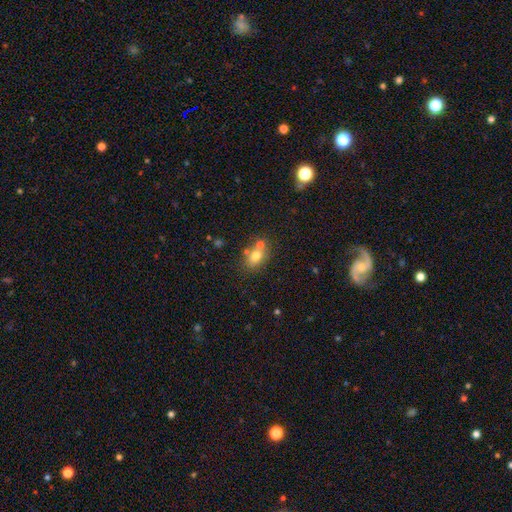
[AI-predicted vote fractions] A smooth galaxy with no disk features (73%) that is in between round and cigar-shaped (66%).

Vote fractions:
- Smooth or featured? smooth: 73% / featured or disk: 15% / star or artifact: 13%
- How rounded? in between: 66% / round: 32% / cigar-shaped: 2%
- Merging? none: 53% / merger: 32% / minor disturbance: 12% / major disturbance: 4%